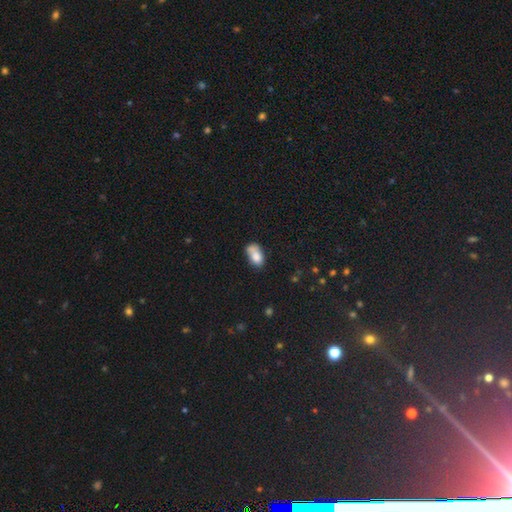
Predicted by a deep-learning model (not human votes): Smooth or featured? Predicted: smooth (p=0.77). How rounded? Predicted: in between (p=0.87). Merging? Predicted: none (p=0.37).